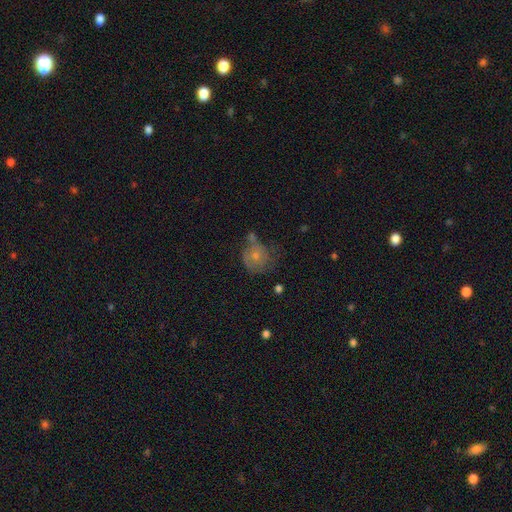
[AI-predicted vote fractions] This is possibly a smooth galaxy (51%). How rounded: likely round (73%). Merging: marginally none (39%).